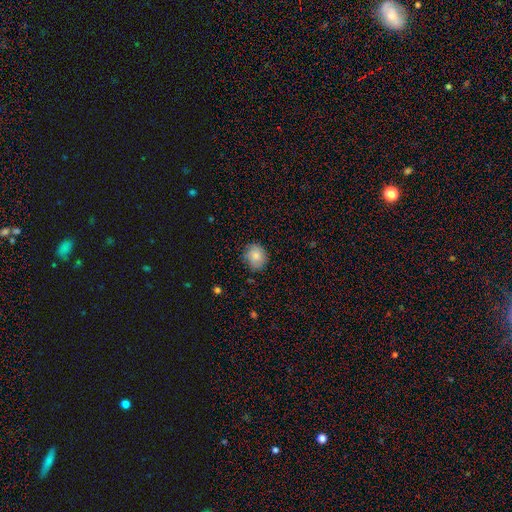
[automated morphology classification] A smooth galaxy with no disk features (79%) that is round (66%). Merging: none (78%).